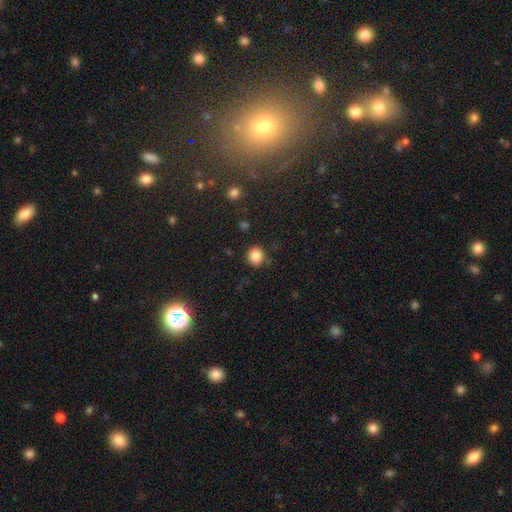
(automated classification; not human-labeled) Smooth or featured?
  - smooth: 85% *
  - star or artifact: 11%
  - featured or disk: 4%
How rounded?
  - round: 83% *
  - in between: 16%
  - cigar-shaped: 1%
Merging?
  - none: 85% *
  - minor disturbance: 10%
  - major disturbance: 3%
  - merger: 2%